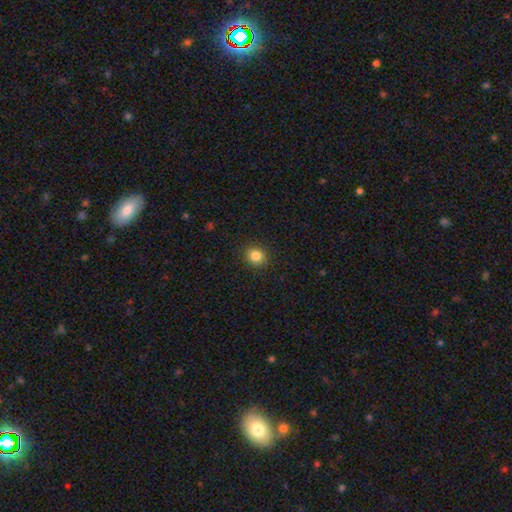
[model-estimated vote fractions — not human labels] This appears to be a smooth galaxy with no disk features (84%) that is round (87%). Merging: none (92%).